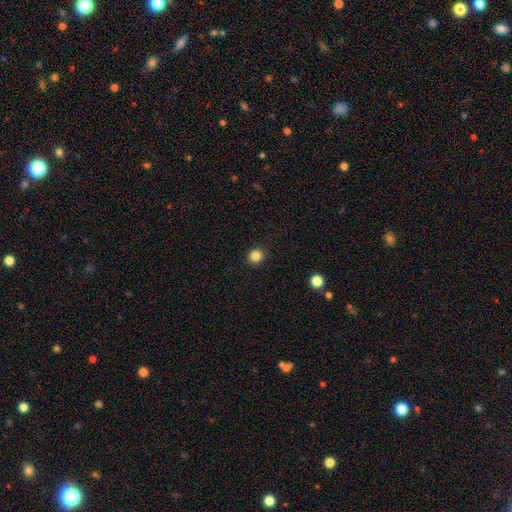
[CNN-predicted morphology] The model was most divided on "how rounded": round: 82%, in between: 17%, cigar-shaped: 1%. More confident: merging — none (91%); smooth or featured — smooth (85%).